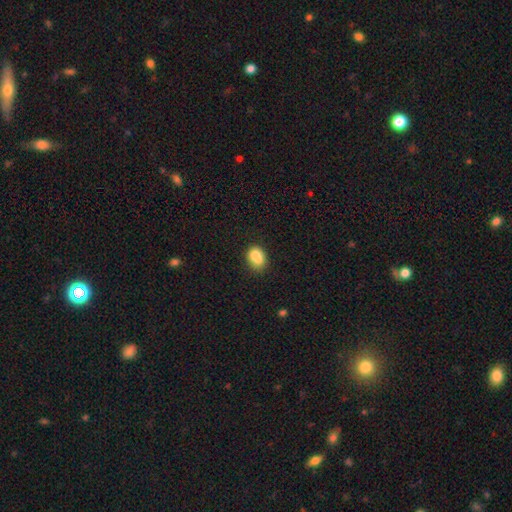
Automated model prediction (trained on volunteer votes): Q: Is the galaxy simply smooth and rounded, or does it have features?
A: smooth — 84%.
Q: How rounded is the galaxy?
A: in between — 65%.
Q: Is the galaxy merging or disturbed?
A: none — 63%.